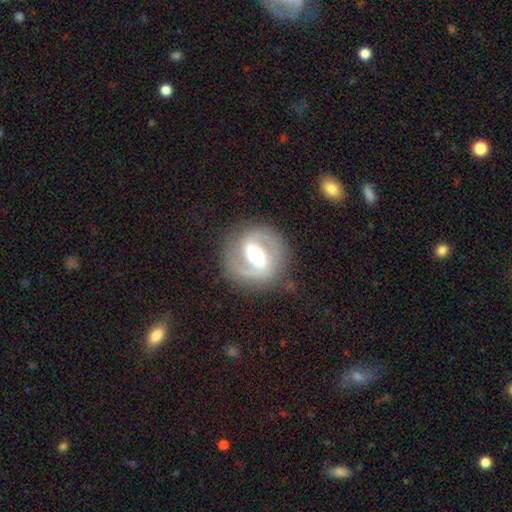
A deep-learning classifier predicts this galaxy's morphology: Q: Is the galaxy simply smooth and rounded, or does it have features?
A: featured or disk — 85%.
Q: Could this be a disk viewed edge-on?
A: no — 96%.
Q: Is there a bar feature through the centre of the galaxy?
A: strong — 59%.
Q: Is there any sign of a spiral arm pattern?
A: yes — 90%.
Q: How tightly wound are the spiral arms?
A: medium — 53%.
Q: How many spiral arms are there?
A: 2 — 90%.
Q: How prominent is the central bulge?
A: moderate — 64%.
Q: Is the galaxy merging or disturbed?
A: none — 83%.